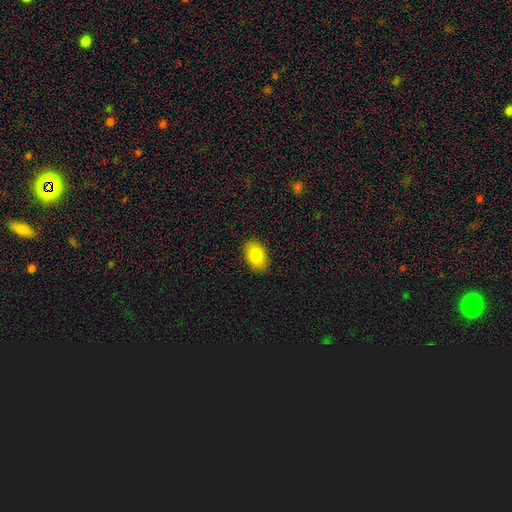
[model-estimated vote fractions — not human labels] smooth_or_featured: smooth (p=0.83) [alt: featured or disk p=0.09]
how_rounded: in between (p=0.84) [alt: round p=0.15]
merging: none (p=0.88) [alt: minor disturbance p=0.09]